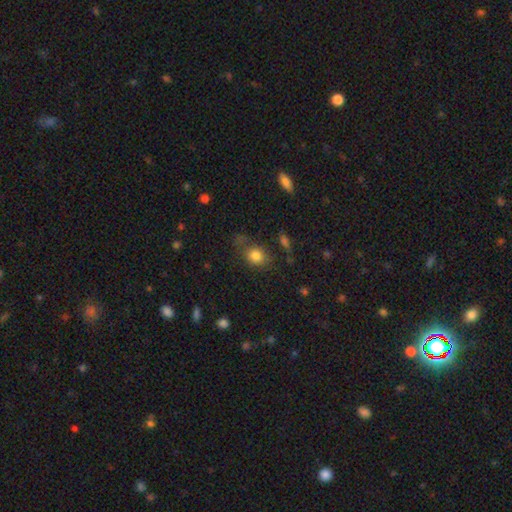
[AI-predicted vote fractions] The model was most divided on "how rounded": round: 59%, in between: 39%, cigar-shaped: 2%. More confident: smooth or featured — smooth (81%); merging — none (62%).